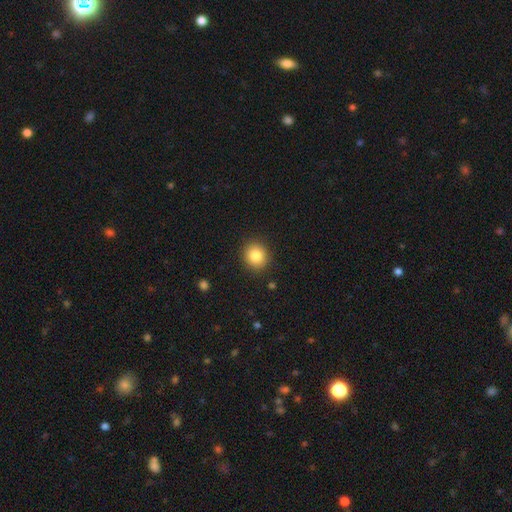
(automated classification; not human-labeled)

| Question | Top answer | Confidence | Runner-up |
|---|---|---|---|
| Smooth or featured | smooth | 85% | star or artifact (9%) |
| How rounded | round | 87% | in between (12%) |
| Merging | none | 90% | minor disturbance (7%) |